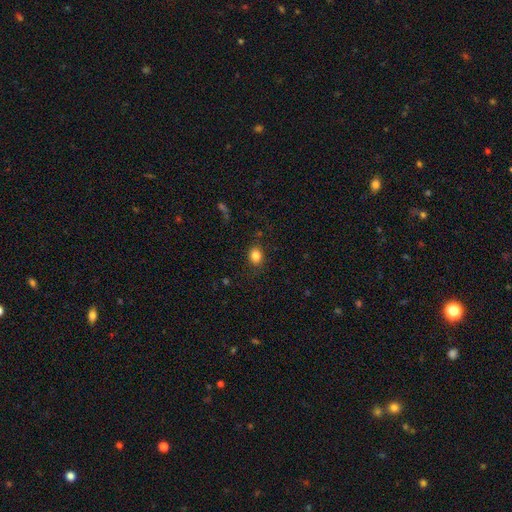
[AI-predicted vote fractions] Overall: smooth (83%). How rounded: round (56%; in between 43%). Merging: none (84%).